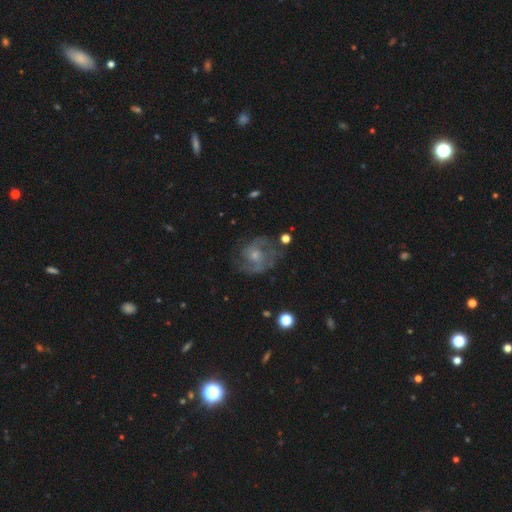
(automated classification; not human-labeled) Q: Smooth or featured?
A: featured or disk (73%); runner-up: smooth (18%)
Q: Edge-on disk?
A: no (98%); runner-up: yes (2%)
Q: Bar?
A: no (64%); runner-up: weak (31%)
Q: Spiral arms?
A: yes (85%); runner-up: no (15%)
Q: Spiral winding?
A: medium (50%); runner-up: tight (25%)
Q: Spiral arm count?
A: 2 (53%); runner-up: can't tell (23%)
Q: Bulge size?
A: small (61%); runner-up: moderate (30%)
Q: Merging?
A: none (59%); runner-up: minor disturbance (21%)